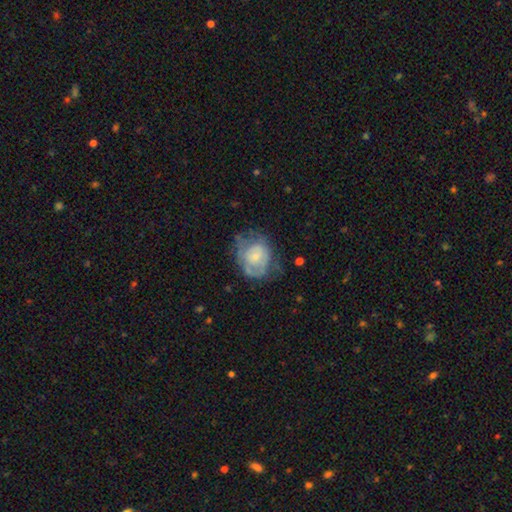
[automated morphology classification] type=featured or disk (51%); edge-on=no (97%); merging=none (39%).